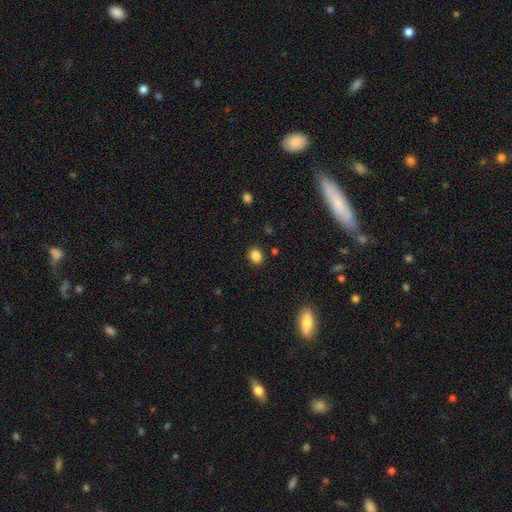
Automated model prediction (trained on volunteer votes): smooth_or_featured: smooth (p=0.85) [alt: star or artifact p=0.11]
how_rounded: round (p=0.54) [alt: in between p=0.45]
merging: none (p=0.89) [alt: minor disturbance p=0.07]